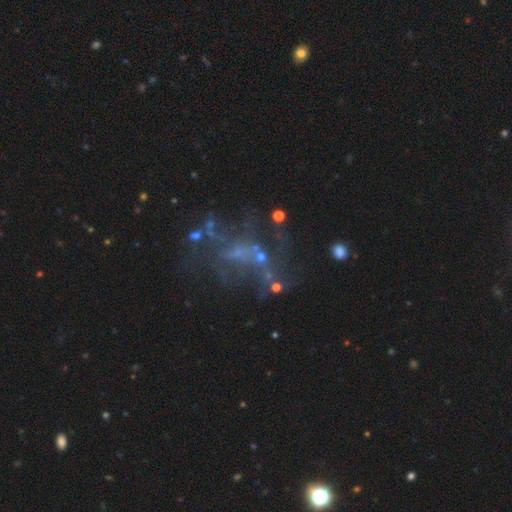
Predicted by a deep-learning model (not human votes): Overall: featured or disk (60%; star or artifact 26%). Edge-on disk: no (96%). Bar: no (73%). Spiral arms: no (72%). Bulge size: none (57%; small 33%). Merging: none (44%; major disturbance 32%).